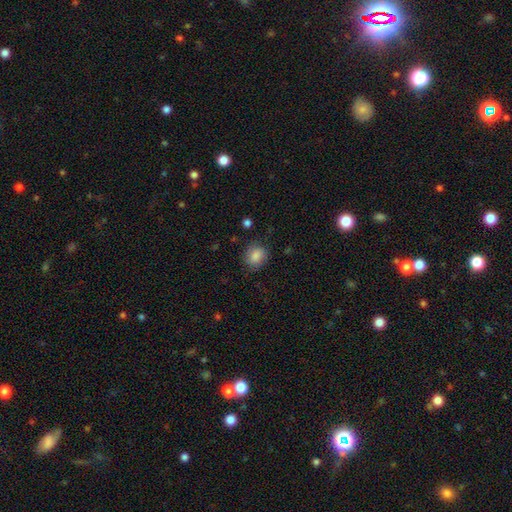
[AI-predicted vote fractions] This appears to be a smooth galaxy with no disk features (84%) that is round (57%). Merging: none (77%).